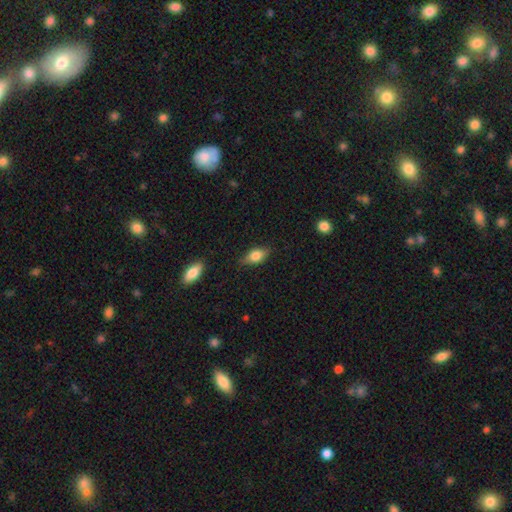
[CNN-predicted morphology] Smooth or featured? Predicted: smooth (p=0.77). How rounded? Predicted: in between (p=0.84). Merging? Predicted: none (p=0.78).